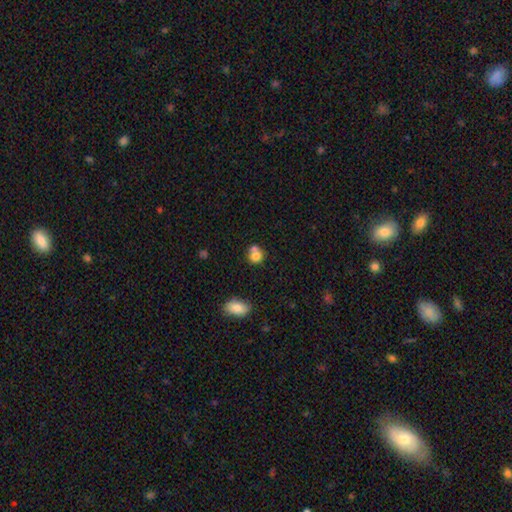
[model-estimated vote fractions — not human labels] Smooth or featured? Predicted: smooth (p=0.77). How rounded? Predicted: round (p=0.79). Merging? Predicted: merger (p=0.47).